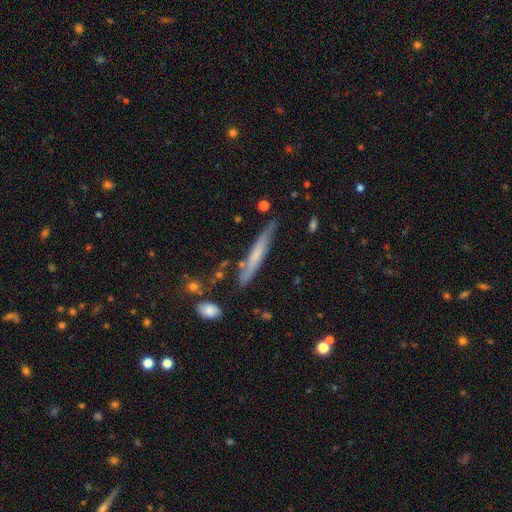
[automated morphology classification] Smooth or featured?
  - featured or disk: 49% *
  - smooth: 44%
  - star or artifact: 7%
Merging?
  - none: 73% *
  - minor disturbance: 19%
  - merger: 4%
  - major disturbance: 4%